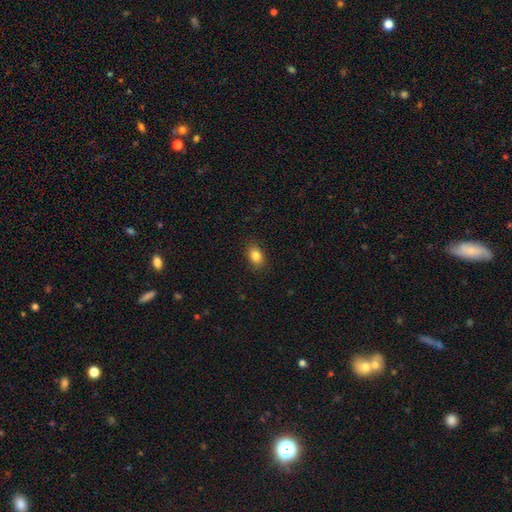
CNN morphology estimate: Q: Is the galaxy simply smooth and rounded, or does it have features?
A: smooth — 84%.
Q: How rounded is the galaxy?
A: in between — 80%.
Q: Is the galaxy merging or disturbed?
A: none — 88%.